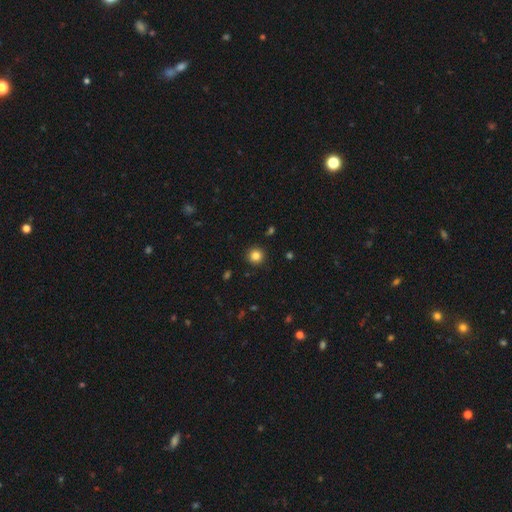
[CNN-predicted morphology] This is clearly a smooth galaxy (83%). How rounded: clearly round (95%). Merging: clearly none (92%).